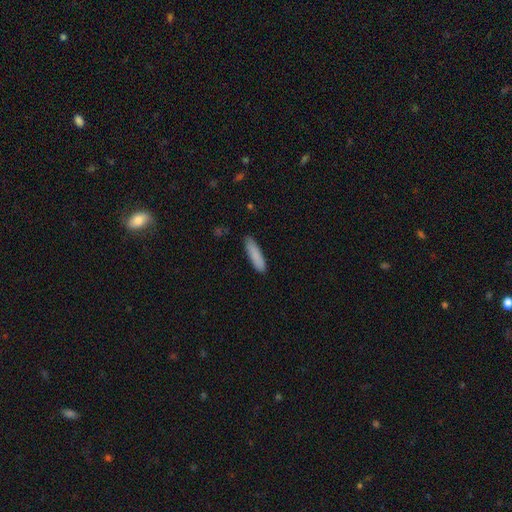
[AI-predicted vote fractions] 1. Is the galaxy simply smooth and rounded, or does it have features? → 86% smooth, 8% featured or disk, 6% star or artifact.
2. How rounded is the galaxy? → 80% cigar-shaped, 19% in between, 1% round.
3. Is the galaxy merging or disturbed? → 85% none, 12% minor disturbance, 2% major disturbance, 1% merger.